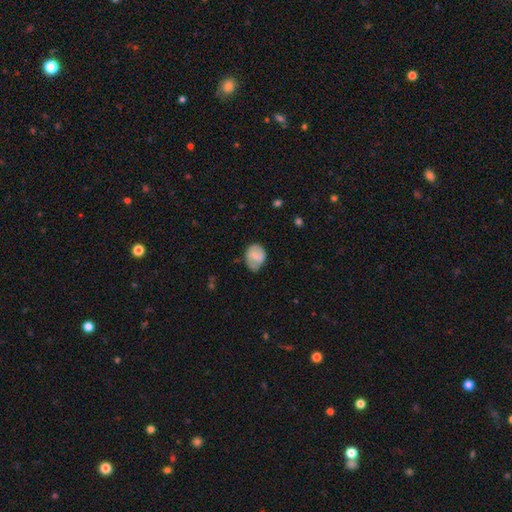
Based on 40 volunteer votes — Smooth or featured: smooth — 52% (featured or disk — 42%)
How rounded: in between — 57% (round — 43%)
Merging: none — 53% (minor disturbance — 39%)